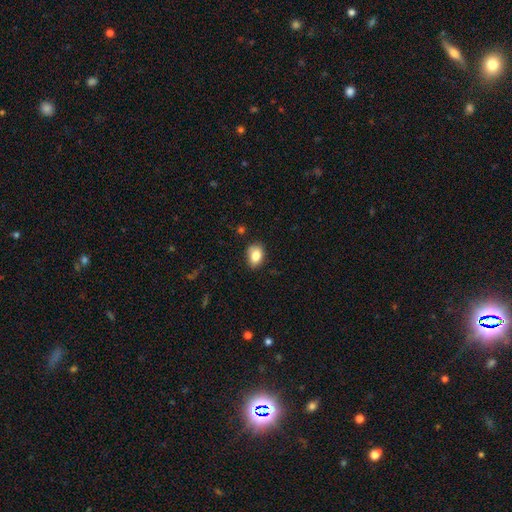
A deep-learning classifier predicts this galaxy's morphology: Smooth or featured? Predicted: smooth (p=0.83). How rounded? Predicted: in between (p=0.75). Merging? Predicted: none (p=0.79).